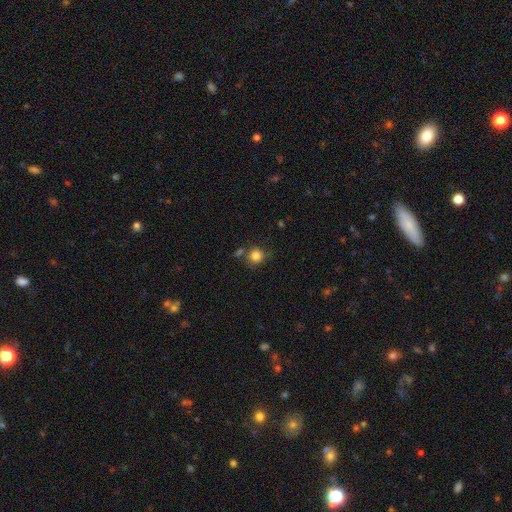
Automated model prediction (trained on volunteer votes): The model was most divided on "merging": none: 70%, minor disturbance: 14%, merger: 11%, major disturbance: 5%. More confident: how rounded — round (90%); smooth or featured — smooth (83%).